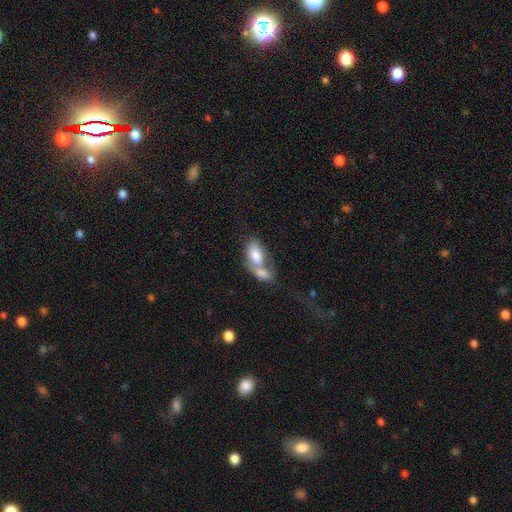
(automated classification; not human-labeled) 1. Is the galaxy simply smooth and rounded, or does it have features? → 75% smooth, 19% featured or disk, 6% star or artifact.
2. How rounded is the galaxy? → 91% in between, 5% round, 3% cigar-shaped.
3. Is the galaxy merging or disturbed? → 69% merger, 16% none, 8% minor disturbance, 6% major disturbance.